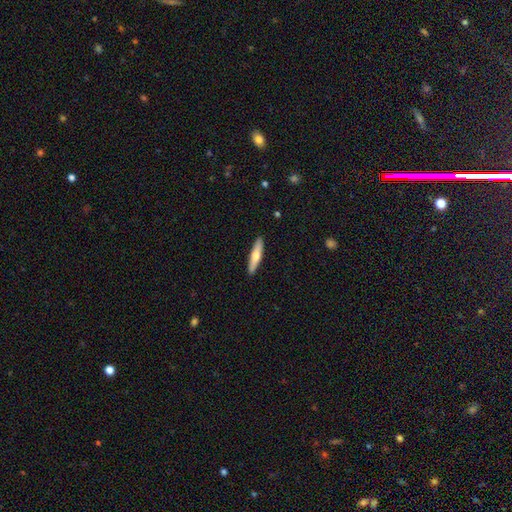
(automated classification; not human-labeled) smooth_or_featured: smooth (p=0.58) [alt: featured or disk p=0.37]
how_rounded: cigar-shaped (p=0.85) [alt: in between p=0.14]
merging: none (p=0.91) [alt: minor disturbance p=0.07]